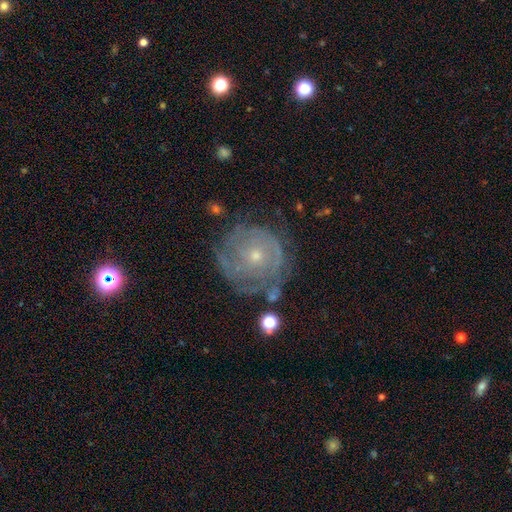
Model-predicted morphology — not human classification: smooth-or-featured: featured or disk: 76% | smooth: 15% | star or artifact: 9%
  disk-edge-on: no: 97% | yes: 3%
    bar: no: 83% | weak: 14% | strong: 3%
    has-spiral-arms: yes: 84% | no: 16%
      spiral-winding: tight: 74% | medium: 20% | loose: 6%
      spiral-arm-count: can't tell: 48% | 2: 18% | 3: 15% | 4: 8% | 1: 6% | more than 4: 5%
    bulge-size: small: 67% | moderate: 30% | none: 1% | large: 1% | dominant: 1%
  merging: none: 71% | minor disturbance: 18% | major disturbance: 8% | merger: 3%